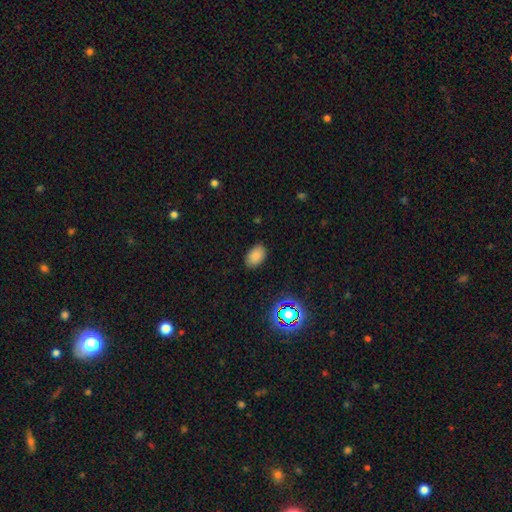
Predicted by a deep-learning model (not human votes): Morphology: type=smooth (81%); roundness=in between (88%); merging=none (85%).